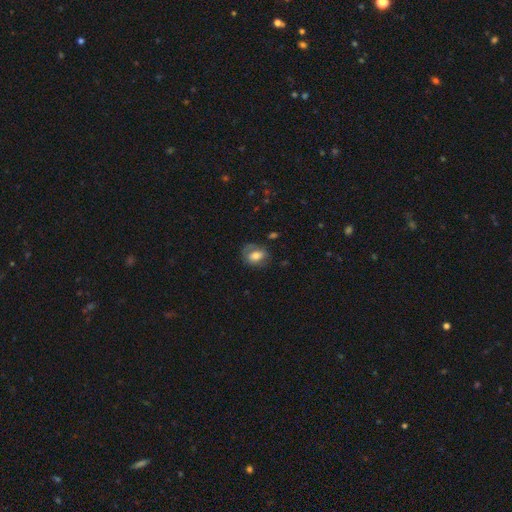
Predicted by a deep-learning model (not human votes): smooth-or-featured: smooth: 65% | featured or disk: 27% | star or artifact: 8%
  how-rounded: in between: 68% | round: 31% | cigar-shaped: 1%
  merging: none: 58% | minor disturbance: 24% | major disturbance: 15% | merger: 2%